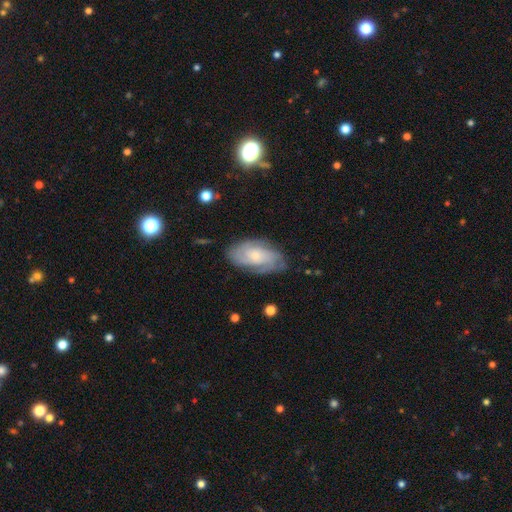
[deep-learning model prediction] Smooth or featured: featured or disk — 73% (smooth — 20%)
Edge-on disk: no — 95% (yes — 5%)
Bar: no — 71% (weak — 25%)
Spiral arms: yes — 93% (no — 7%)
Spiral winding: tight — 59% (medium — 32%)
Spiral arm count: can't tell — 39% (2 — 20%)
Bulge size: small — 66% (moderate — 27%)
Merging: none — 75% (minor disturbance — 18%)